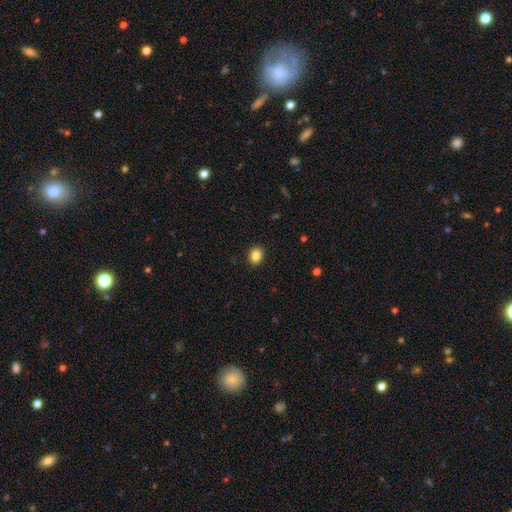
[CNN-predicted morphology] This is clearly a smooth galaxy (87%). How rounded: possibly in between (56%). Merging: clearly none (90%).